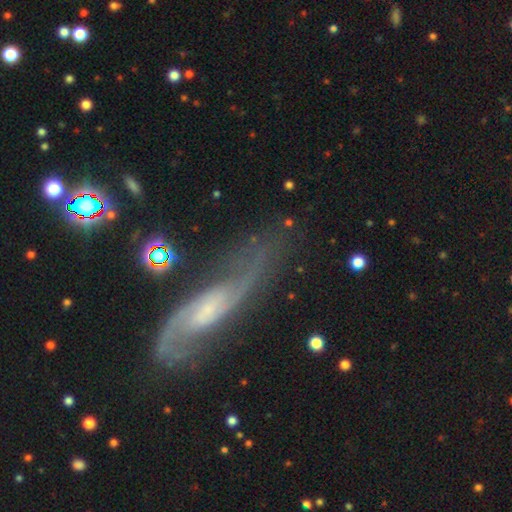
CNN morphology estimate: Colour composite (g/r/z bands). It shows a featured or disk galaxy (78%) with a weak bar (44%), 2 (82%) loose (49%) spiral arms (93%) and a small central bulge (47%). Merging: none (64%).